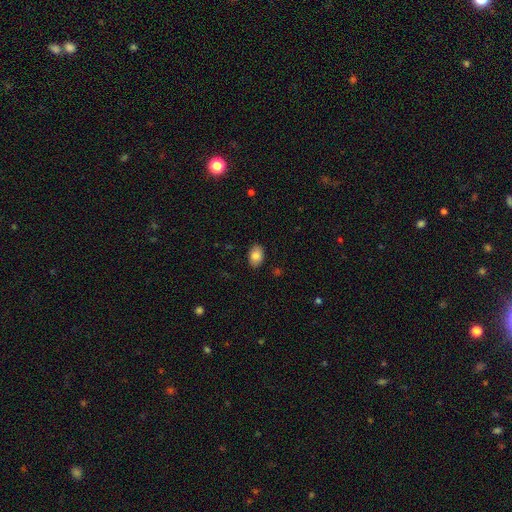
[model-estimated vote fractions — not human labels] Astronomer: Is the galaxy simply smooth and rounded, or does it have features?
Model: smooth — 83%.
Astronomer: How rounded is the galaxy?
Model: in between — 87%.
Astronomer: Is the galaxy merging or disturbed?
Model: none — 87%.